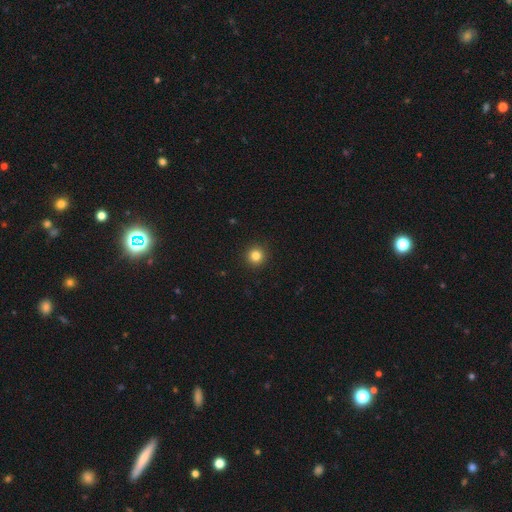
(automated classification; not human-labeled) Smooth or featured? Predicted: smooth (p=0.83). How rounded? Predicted: round (p=0.95). Merging? Predicted: none (p=0.93).